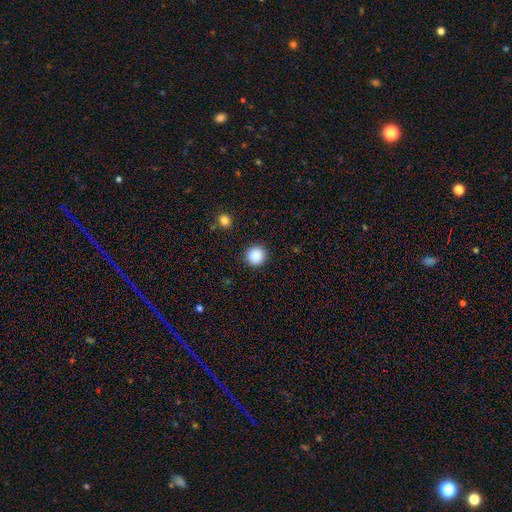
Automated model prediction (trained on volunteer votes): Smooth or featured?
  - smooth: 88% *
  - star or artifact: 9%
  - featured or disk: 3%
How rounded?
  - round: 96% *
  - in between: 3%
  - cigar-shaped: 1%
Merging?
  - none: 92% *
  - minor disturbance: 5%
  - major disturbance: 2%
  - merger: 1%